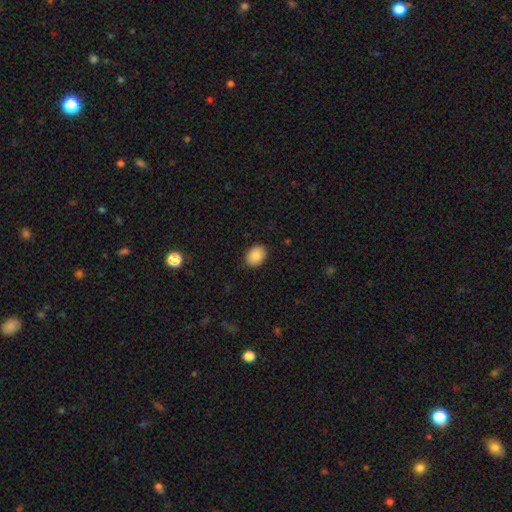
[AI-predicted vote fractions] Smooth or featured?
  - smooth: 88% *
  - star or artifact: 8%
  - featured or disk: 4%
How rounded?
  - in between: 69% *
  - round: 30%
  - cigar-shaped: 1%
Merging?
  - none: 89% *
  - minor disturbance: 8%
  - major disturbance: 2%
  - merger: 1%